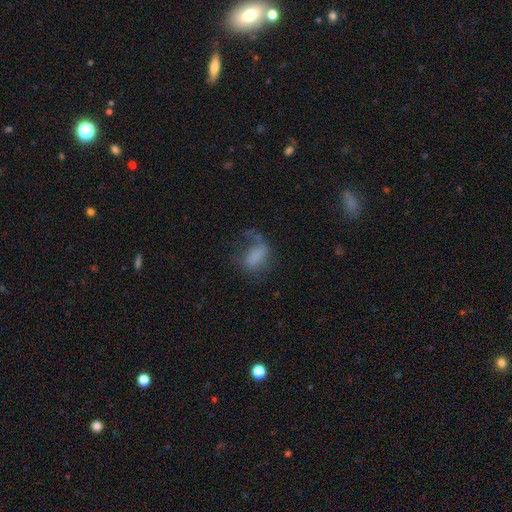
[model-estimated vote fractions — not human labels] smooth 59%, featured or disk 28%, star or artifact 13%. Down the decision tree: how rounded — in between (84%); merging — major disturbance (44%).